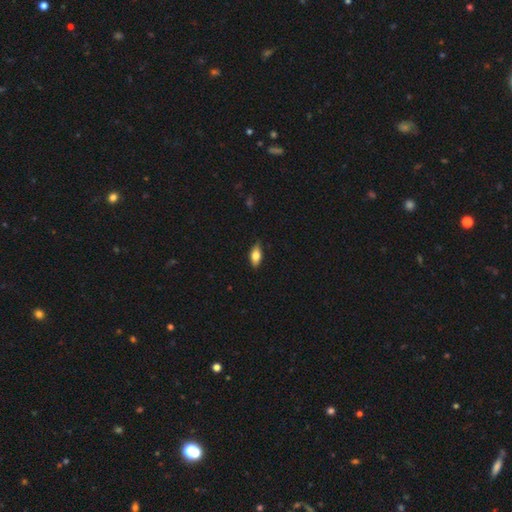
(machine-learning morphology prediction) smooth_or_featured: smooth (p=0.74) [alt: featured or disk p=0.19]
how_rounded: in between (p=0.85) [alt: cigar-shaped p=0.11]
merging: none (p=0.84) [alt: minor disturbance p=0.13]